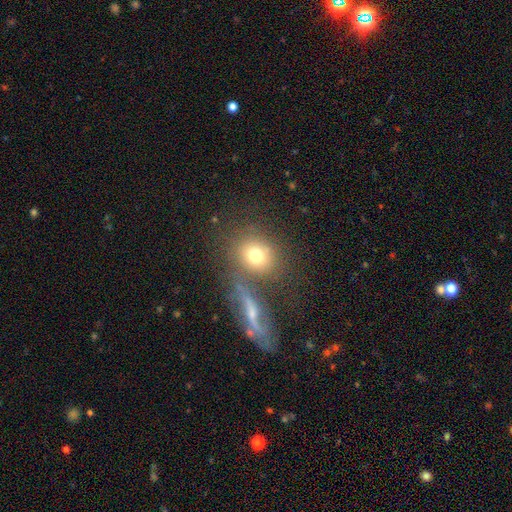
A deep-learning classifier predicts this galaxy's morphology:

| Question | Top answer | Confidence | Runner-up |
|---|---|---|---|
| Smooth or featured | smooth | 71% | featured or disk (17%) |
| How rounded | round | 68% | in between (29%) |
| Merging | none | 60% | merger (23%) |